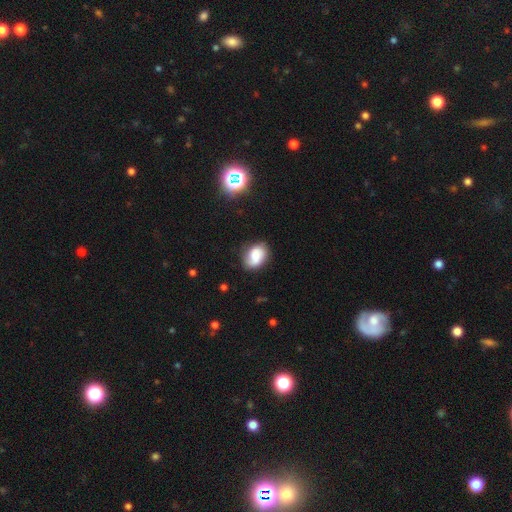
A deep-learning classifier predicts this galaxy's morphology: The model was most divided on "smooth or featured": smooth: 63%, featured or disk: 27%, star or artifact: 10%. More confident: how rounded — in between (75%); merging — none (71%).